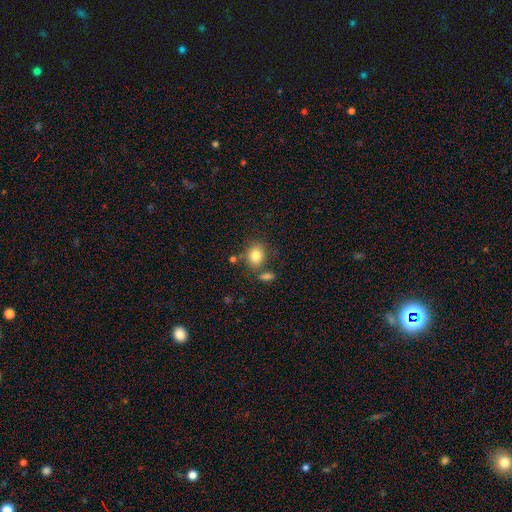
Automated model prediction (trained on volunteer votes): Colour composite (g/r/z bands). It shows a smooth galaxy with no disk features (82%) that is round (54%). Merging: none (68%).